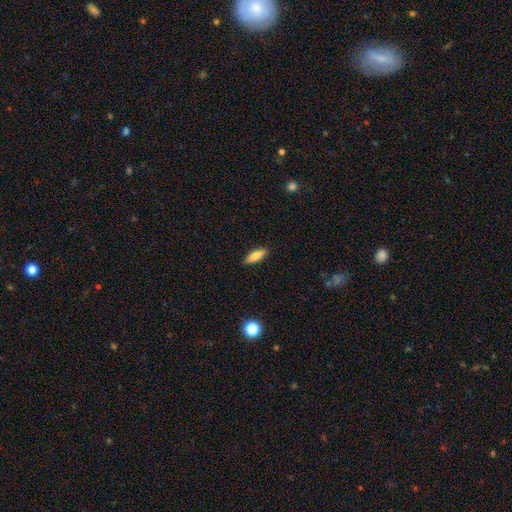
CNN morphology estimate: The model was most divided on "how rounded": in between: 54%, cigar-shaped: 43%, round: 3%. More confident: merging — none (89%); smooth or featured — smooth (74%).